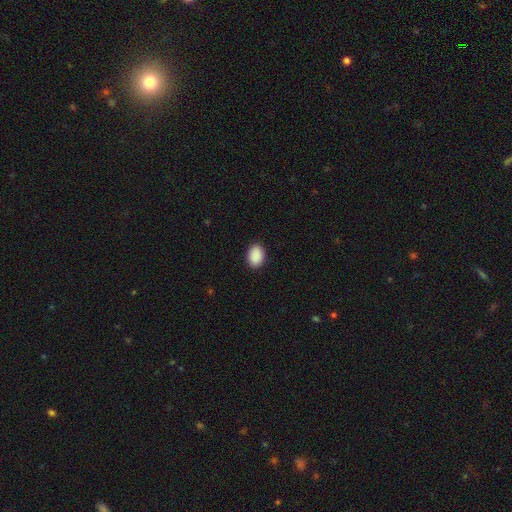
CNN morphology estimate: smooth 91%, star or artifact 7%, featured or disk 2%. Down the decision tree: how rounded — in between (81%); merging — none (90%).